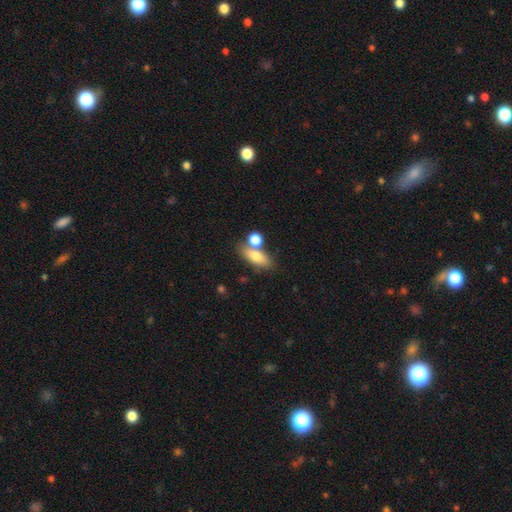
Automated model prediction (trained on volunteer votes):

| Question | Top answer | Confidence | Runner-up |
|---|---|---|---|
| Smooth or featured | smooth | 74% | featured or disk (18%) |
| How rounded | in between | 72% | cigar-shaped (19%) |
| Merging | none | 55% | merger (28%) |